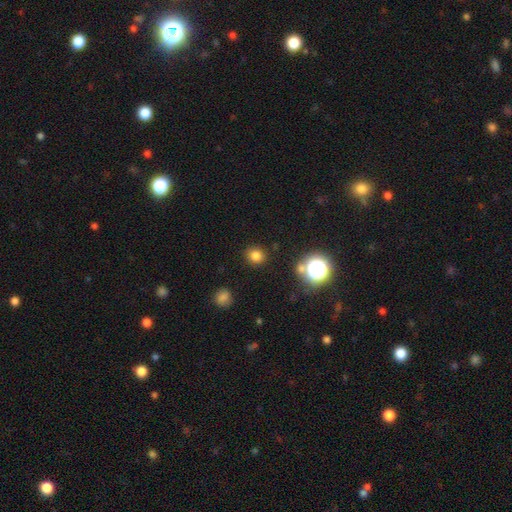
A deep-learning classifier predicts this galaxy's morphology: Smooth or featured: smooth — 78% (star or artifact — 17%)
How rounded: round — 85% (in between — 14%)
Merging: none — 88% (minor disturbance — 7%)